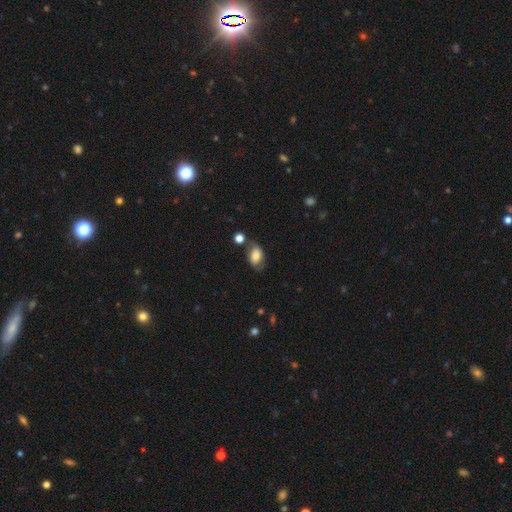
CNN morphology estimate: This appears to be a smooth galaxy with no disk features (68%) that is in between round and cigar-shaped (86%). Merging: none (54%).